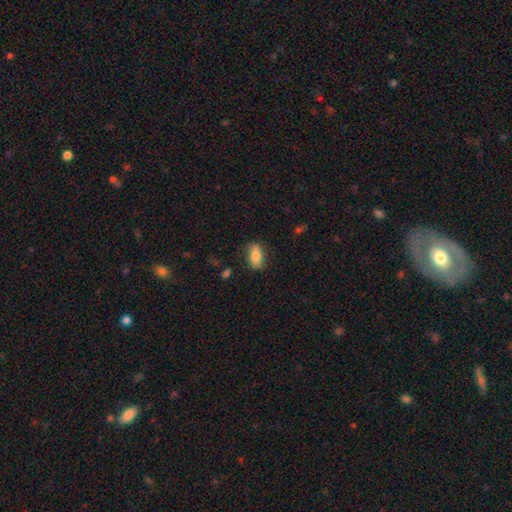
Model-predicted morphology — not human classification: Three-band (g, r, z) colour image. It shows a smooth galaxy with no disk features (71%) that is in between round and cigar-shaped (84%). Merging: none (75%).